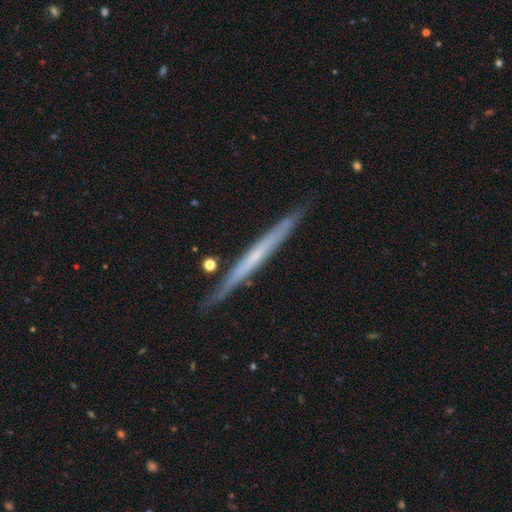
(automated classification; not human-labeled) Smooth or featured? featured or disk (60%)
Edge-on disk? yes (96%)
Edge-on bulge? none (84%)
Merging? none (88%)